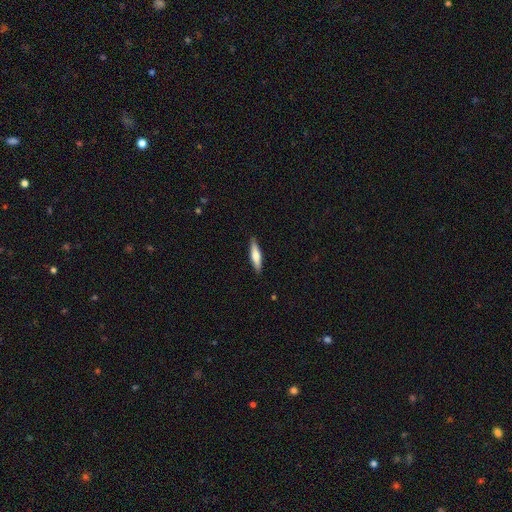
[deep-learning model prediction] Smooth or featured?
  - smooth: 62% *
  - featured or disk: 32%
  - star or artifact: 6%
How rounded?
  - cigar-shaped: 78% *
  - in between: 21%
  - round: 2%
Merging?
  - none: 89% *
  - minor disturbance: 8%
  - major disturbance: 2%
  - merger: 1%